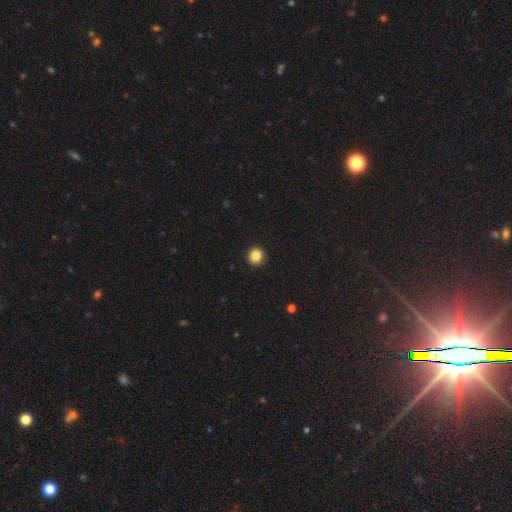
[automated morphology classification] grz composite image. It shows a smooth galaxy with no disk features (86%) that is round (93%). Merging: none (93%).